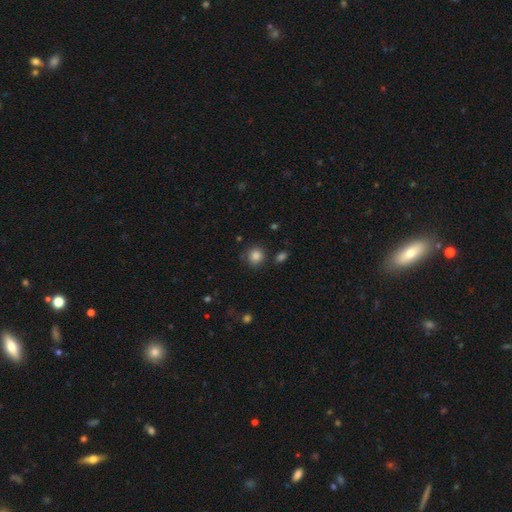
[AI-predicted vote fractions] This is clearly a smooth galaxy (85%). How rounded: clearly round (89%). Merging: clearly none (82%).